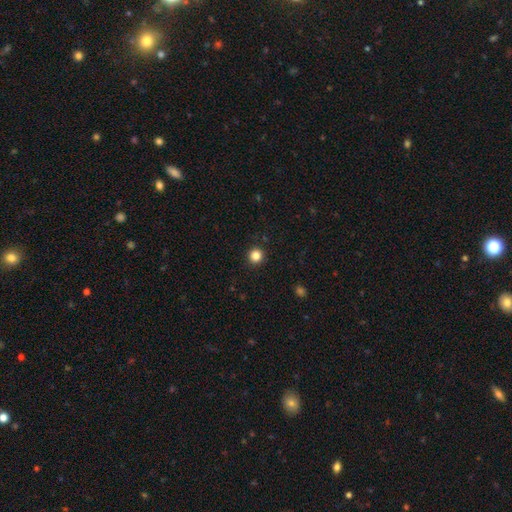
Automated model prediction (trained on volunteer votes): Overall: smooth (85%). How rounded: round (94%). Merging: none (93%).